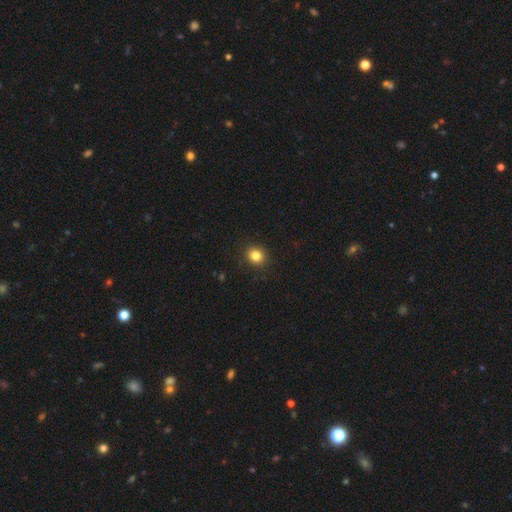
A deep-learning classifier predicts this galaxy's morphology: Smooth or featured? Predicted: smooth (p=0.84). How rounded? Predicted: round (p=0.78). Merging? Predicted: none (p=0.91).